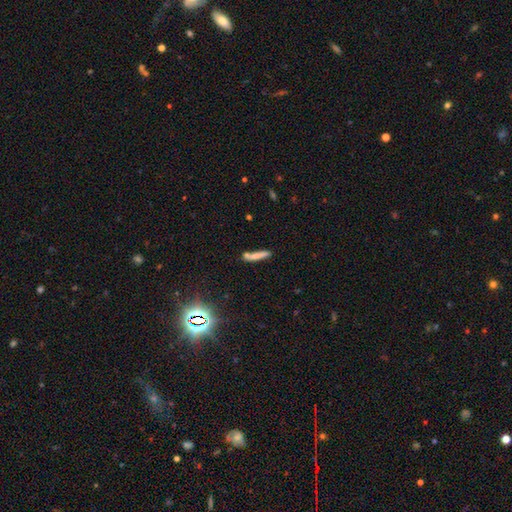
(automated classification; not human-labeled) This appears to be a smooth galaxy with no disk features (71%) that is cigar-shaped (90%). Merging: none (65%).